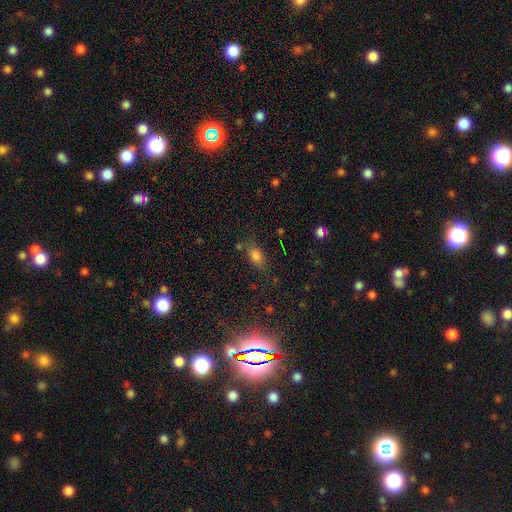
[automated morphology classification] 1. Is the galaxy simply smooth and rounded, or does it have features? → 76% smooth, 16% star or artifact, 8% featured or disk.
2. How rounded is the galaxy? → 79% in between, 16% round, 5% cigar-shaped.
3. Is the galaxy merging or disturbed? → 69% none, 18% minor disturbance, 7% major disturbance, 6% merger.